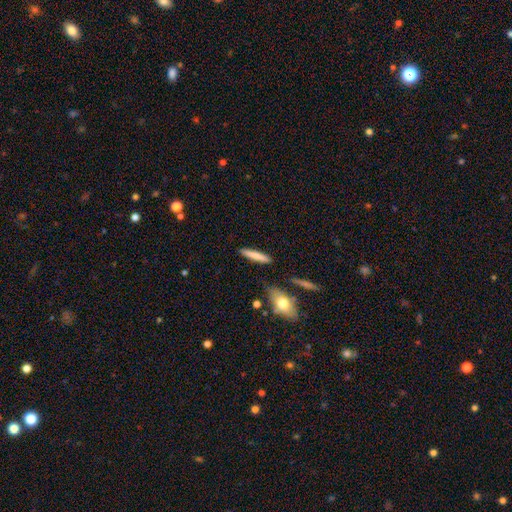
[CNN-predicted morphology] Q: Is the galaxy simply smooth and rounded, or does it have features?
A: smooth — 74%.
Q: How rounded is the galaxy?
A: cigar-shaped — 88%.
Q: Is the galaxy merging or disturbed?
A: none — 86%.